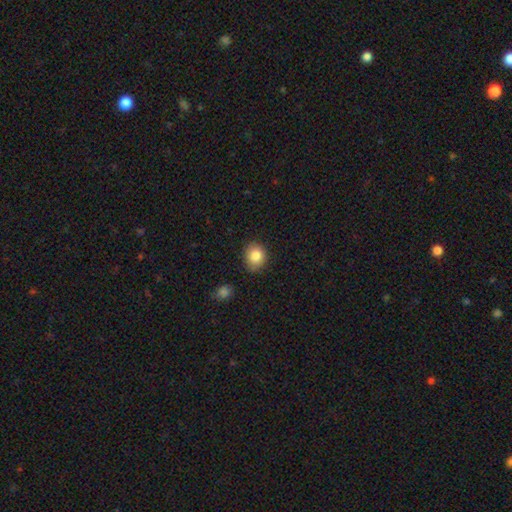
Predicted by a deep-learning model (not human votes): Morphology: type=smooth (84%); roundness=round (71%); merging=none (83%).